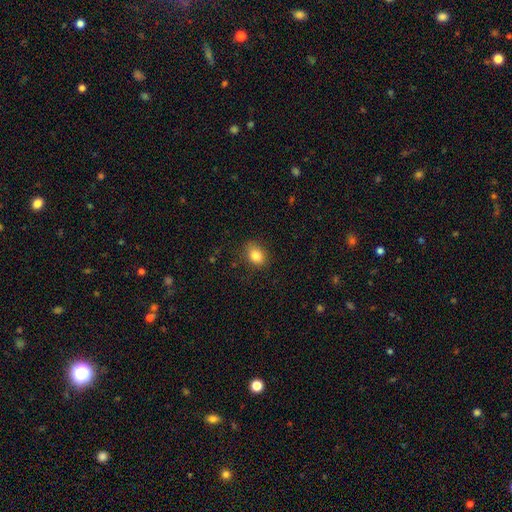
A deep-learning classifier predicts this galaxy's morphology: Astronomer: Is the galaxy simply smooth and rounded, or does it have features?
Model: smooth — 84%.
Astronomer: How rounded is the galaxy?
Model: in between — 55% (runner-up: round, 44%).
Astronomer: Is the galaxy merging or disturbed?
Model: none — 81%.